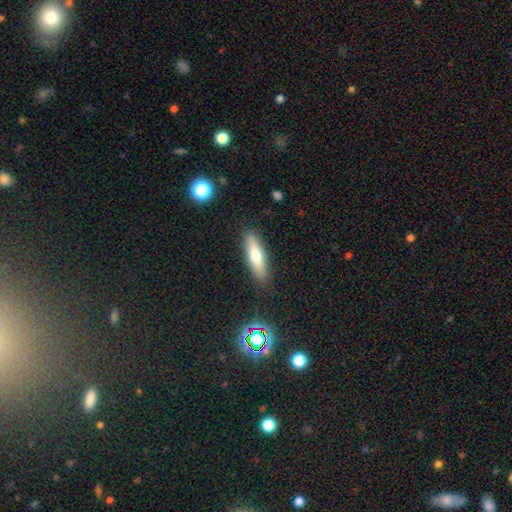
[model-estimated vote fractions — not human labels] smooth-or-featured: smooth: 67% | featured or disk: 25% | star or artifact: 8%
  how-rounded: cigar-shaped: 61% | in between: 37% | round: 2%
  merging: none: 87% | minor disturbance: 9% | major disturbance: 2% | merger: 2%